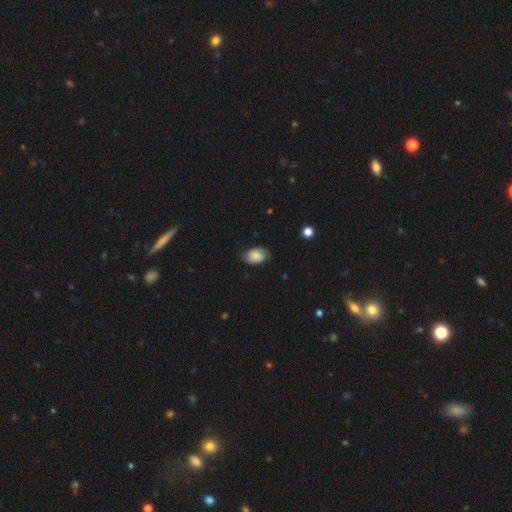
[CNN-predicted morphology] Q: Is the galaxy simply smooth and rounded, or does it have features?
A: smooth — 80%.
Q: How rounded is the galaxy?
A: in between — 84%.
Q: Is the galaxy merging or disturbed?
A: none — 73%.